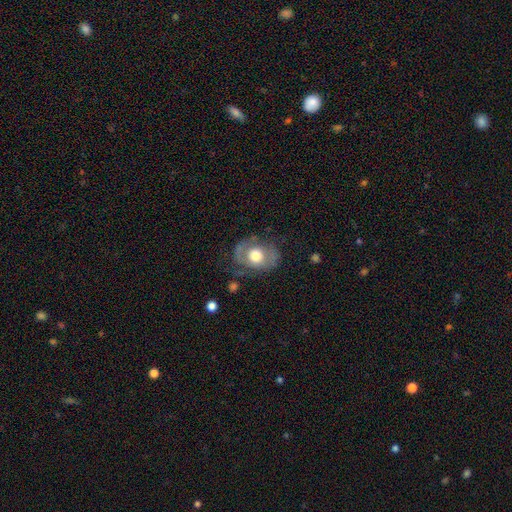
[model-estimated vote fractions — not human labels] Smooth or featured? featured or disk (48%)
Merging? none (62%)